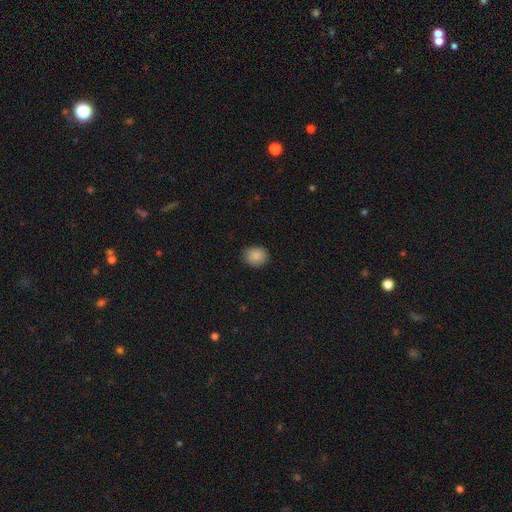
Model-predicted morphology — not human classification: This is clearly a smooth galaxy (88%). How rounded: likely round (62%). Merging: clearly none (85%).